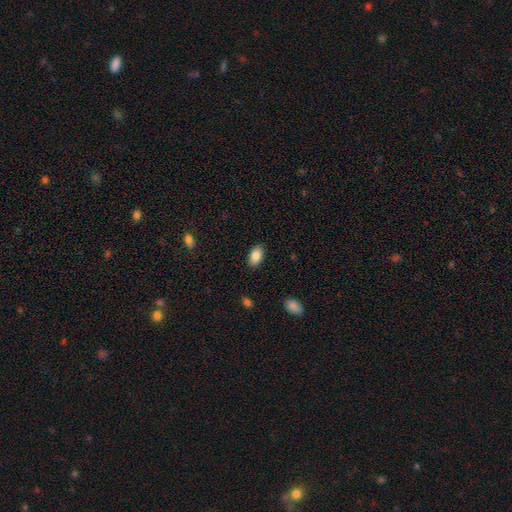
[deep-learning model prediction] Smooth or featured? smooth (87%)
How rounded? in between (92%)
Merging? none (87%)